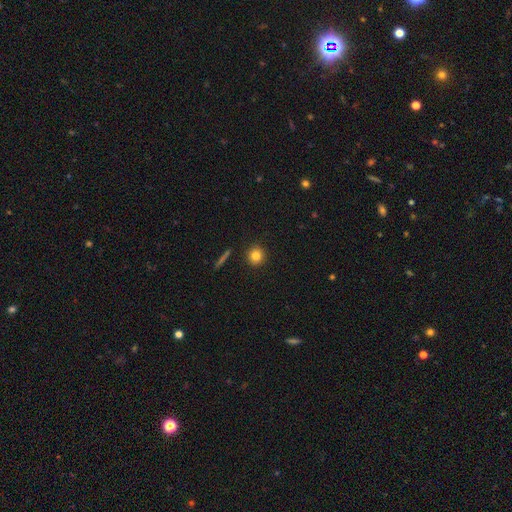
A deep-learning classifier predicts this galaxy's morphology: Smooth or featured: smooth — 82% (star or artifact — 11%)
How rounded: round — 93% (in between — 6%)
Merging: none — 91% (minor disturbance — 5%)